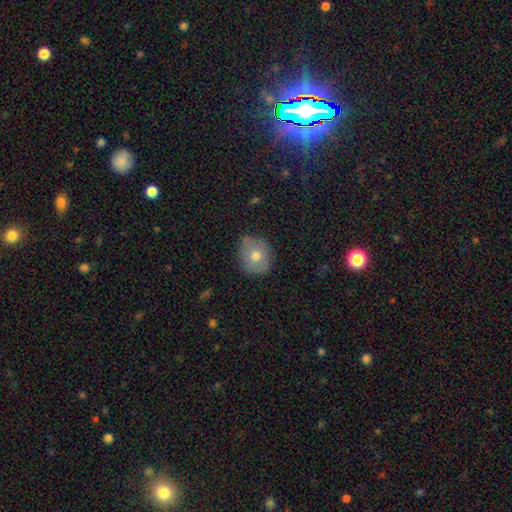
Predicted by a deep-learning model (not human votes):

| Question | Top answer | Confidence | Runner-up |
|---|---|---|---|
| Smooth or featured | smooth | 68% | featured or disk (21%) |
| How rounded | round | 79% | in between (19%) |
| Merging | none | 81% | minor disturbance (15%) |